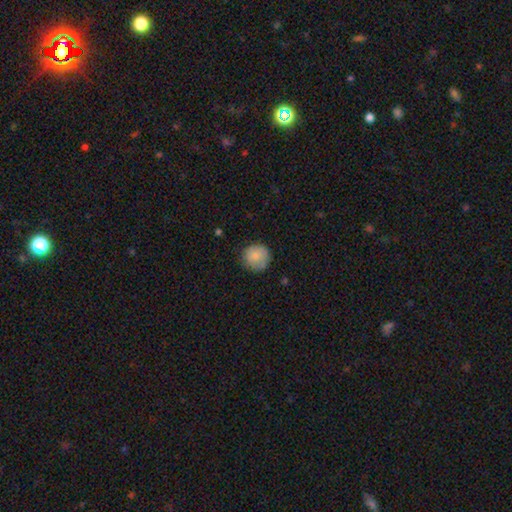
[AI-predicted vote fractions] This appears to be a smooth galaxy with no disk features (84%) that is round (92%). Merging: none (80%).